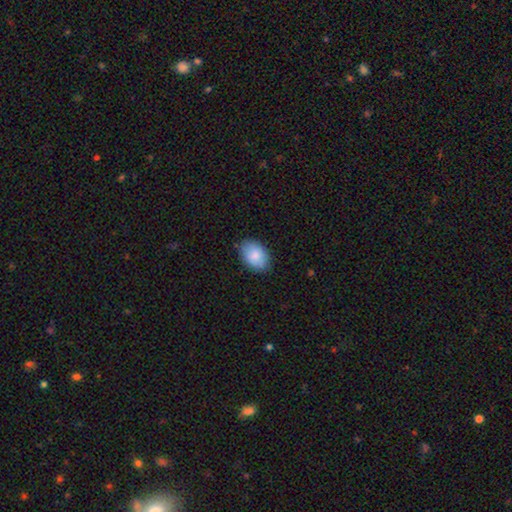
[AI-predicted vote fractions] Smooth or featured? Predicted: smooth (p=0.86). How rounded? Predicted: in between (p=0.87). Merging? Predicted: none (p=0.83).